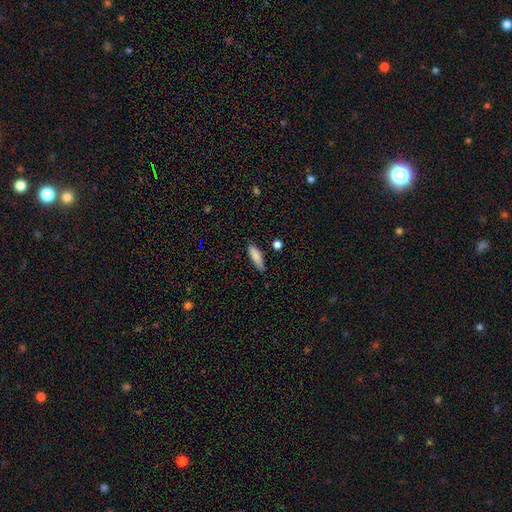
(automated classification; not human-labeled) This appears to be a smooth galaxy with no disk features (83%) that is cigar-shaped (58%). Merging: none (77%).